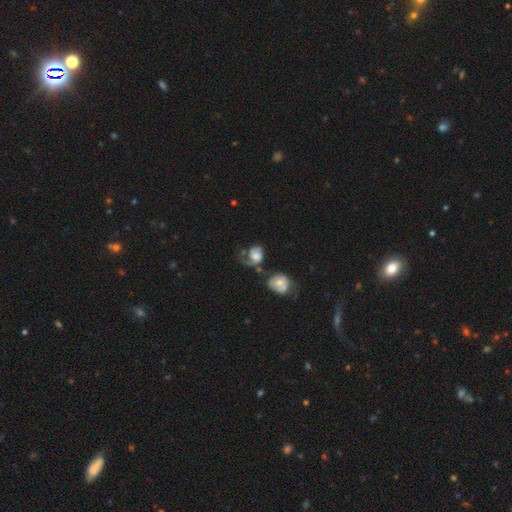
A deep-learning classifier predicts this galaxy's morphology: featured or disk 57%, smooth 36%, star or artifact 8%. Down the decision tree: edge-on disk — no (98%); bar — no (75%); spiral arms — yes (80%); bulge size — moderate (42%); merging — major disturbance (41%).